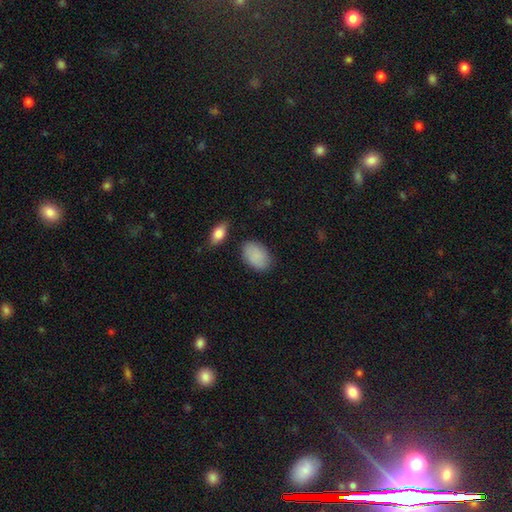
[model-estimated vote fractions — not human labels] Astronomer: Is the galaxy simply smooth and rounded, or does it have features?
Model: smooth — 88%.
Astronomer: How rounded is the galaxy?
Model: in between — 90%.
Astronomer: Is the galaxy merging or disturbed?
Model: none — 81%.